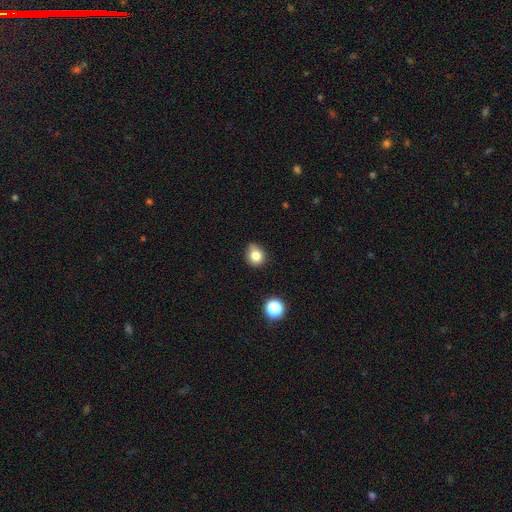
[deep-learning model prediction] smooth 80%, star or artifact 13%, featured or disk 7%. Down the decision tree: how rounded — round (71%); merging — none (72%).